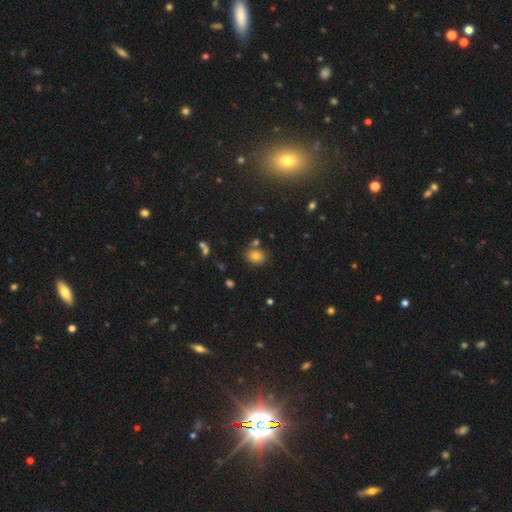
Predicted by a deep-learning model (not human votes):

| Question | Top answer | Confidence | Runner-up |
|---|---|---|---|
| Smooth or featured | smooth | 77% | star or artifact (14%) |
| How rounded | round | 54% | in between (45%) |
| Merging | none | 74% | minor disturbance (12%) |